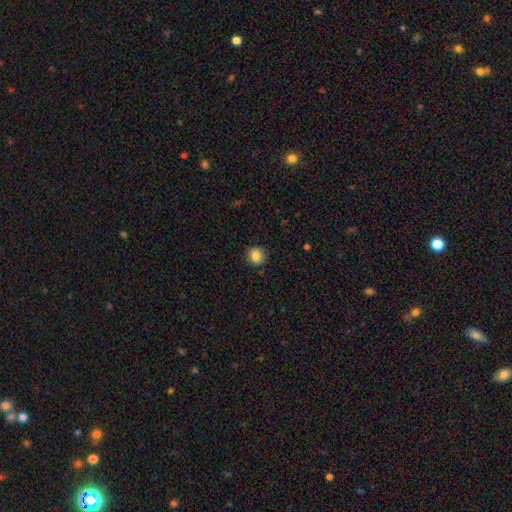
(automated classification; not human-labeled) Smooth or featured? smooth (83%)
How rounded? round (82%)
Merging? none (88%)